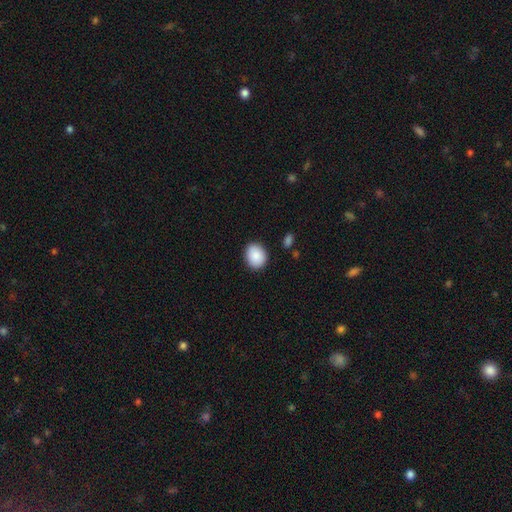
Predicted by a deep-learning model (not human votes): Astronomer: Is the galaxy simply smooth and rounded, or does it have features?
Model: smooth — 90%.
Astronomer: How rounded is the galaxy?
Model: round — 55% (runner-up: in between, 44%).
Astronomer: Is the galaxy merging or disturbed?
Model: none — 87%.